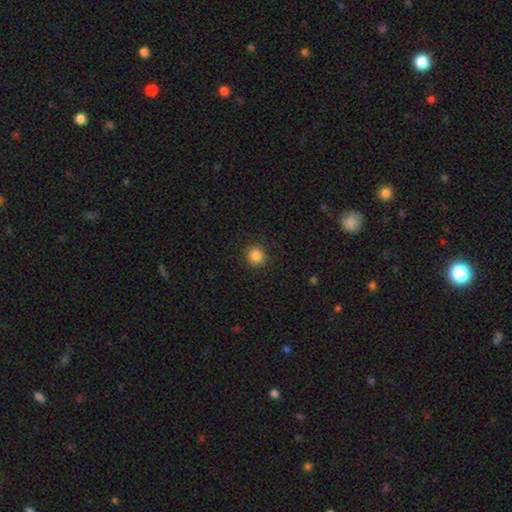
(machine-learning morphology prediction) This appears to be a smooth galaxy with no disk features (85%) that is round (89%). Merging: none (91%).